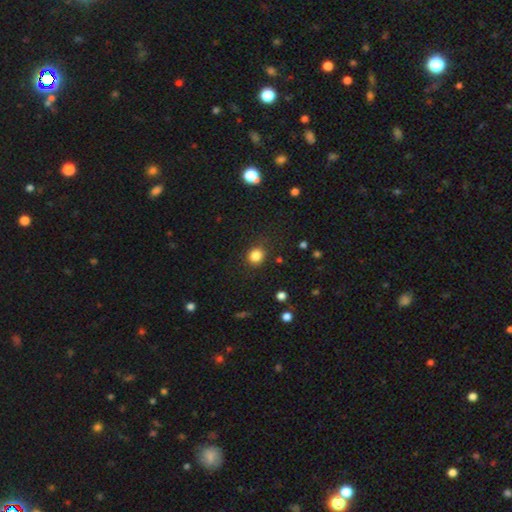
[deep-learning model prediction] The model was most divided on "how rounded": round: 78%, in between: 21%, cigar-shaped: 1%. More confident: smooth or featured — smooth (84%); merging — none (84%).